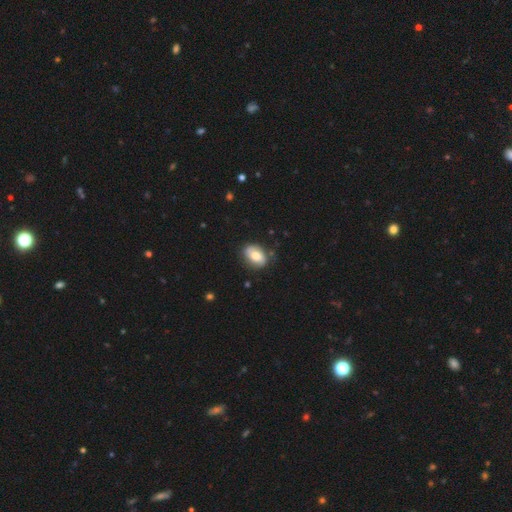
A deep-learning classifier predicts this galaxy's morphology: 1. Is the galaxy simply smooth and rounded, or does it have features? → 65% smooth, 28% featured or disk, 7% star or artifact.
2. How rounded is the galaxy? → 80% in between, 18% round, 1% cigar-shaped.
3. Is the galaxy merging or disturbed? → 77% none, 17% minor disturbance, 4% major disturbance, 2% merger.